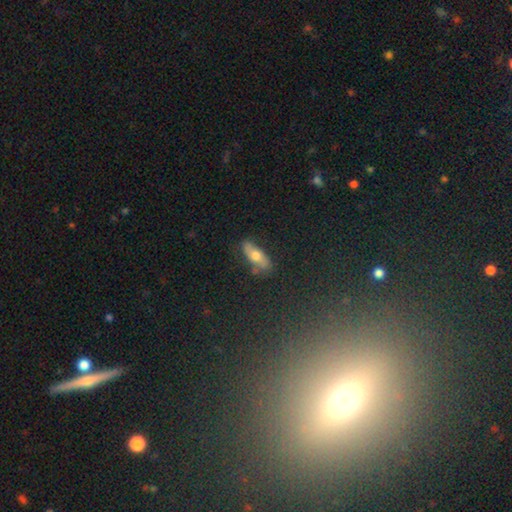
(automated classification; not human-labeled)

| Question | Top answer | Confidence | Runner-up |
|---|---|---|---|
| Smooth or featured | smooth | 55% | featured or disk (36%) |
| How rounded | in between | 63% | cigar-shaped (33%) |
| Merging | none | 76% | minor disturbance (17%) |